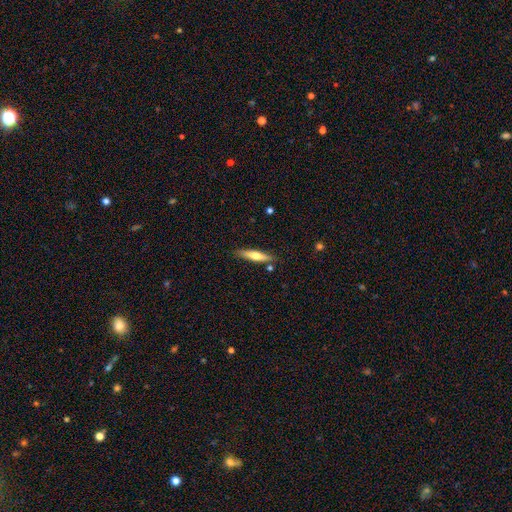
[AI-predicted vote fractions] Smooth or featured? Predicted: smooth (p=0.55). How rounded? Predicted: cigar-shaped (p=0.81). Merging? Predicted: none (p=0.84).